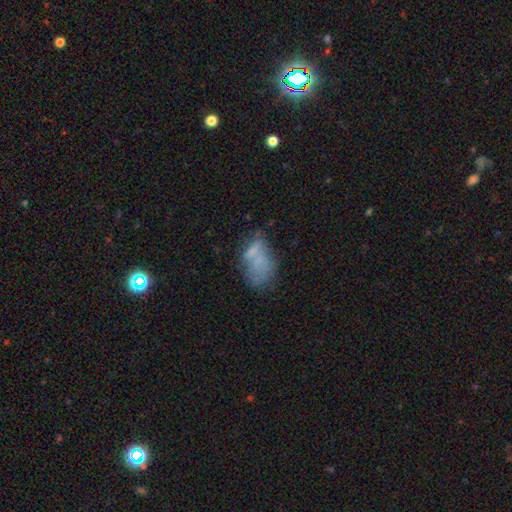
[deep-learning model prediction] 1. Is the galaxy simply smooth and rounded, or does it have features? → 51% smooth, 33% featured or disk, 16% star or artifact.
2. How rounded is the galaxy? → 87% in between, 10% round, 3% cigar-shaped.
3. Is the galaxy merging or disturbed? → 40% none, 27% minor disturbance, 21% major disturbance, 12% merger.